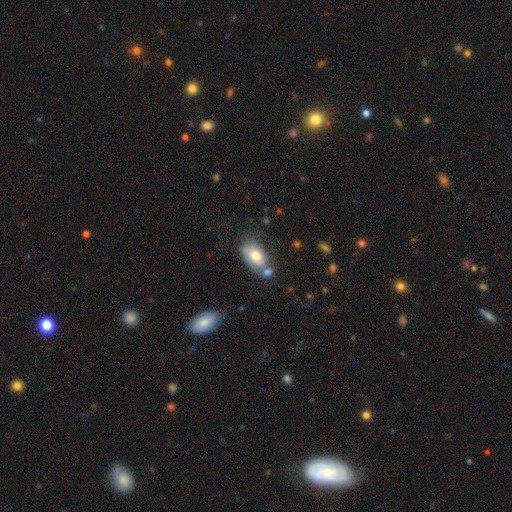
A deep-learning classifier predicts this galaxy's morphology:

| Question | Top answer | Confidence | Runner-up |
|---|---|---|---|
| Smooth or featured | smooth | 72% | featured or disk (21%) |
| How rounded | in between | 91% | round (7%) |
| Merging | none | 48% | merger (23%) |